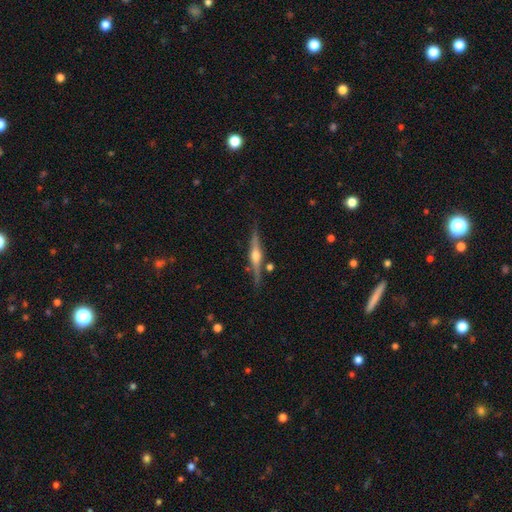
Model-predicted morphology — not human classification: type=featured or disk (79%); edge-on=yes (98%); edge-on bulge=rounded (91%); merging=none (84%).